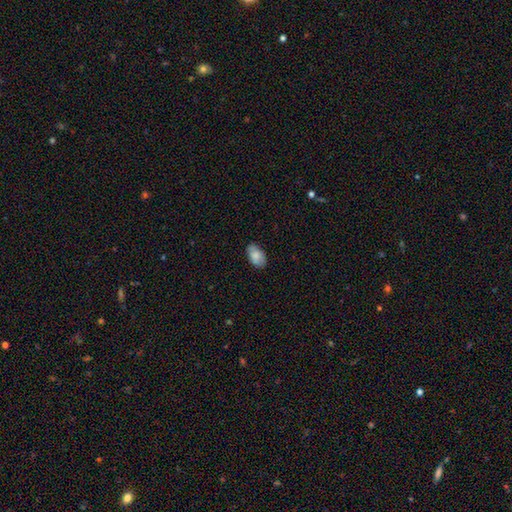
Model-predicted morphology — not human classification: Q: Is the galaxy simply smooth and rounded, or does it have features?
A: smooth — 78%.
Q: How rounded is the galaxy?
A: in between — 93%.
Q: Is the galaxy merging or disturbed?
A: none — 79%.